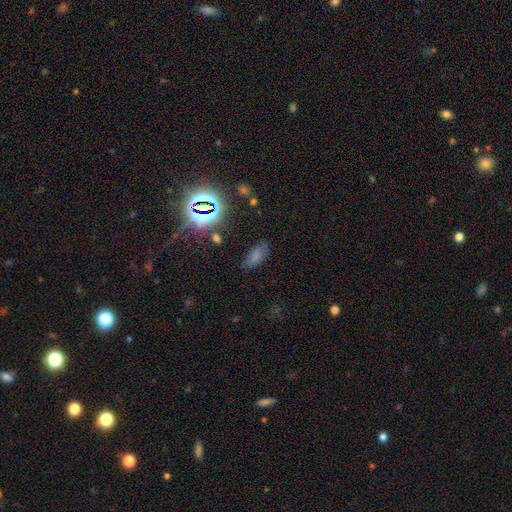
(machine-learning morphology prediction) Overall: smooth (65%; star or artifact 26%). How rounded: in between (86%). Merging: none (77%).